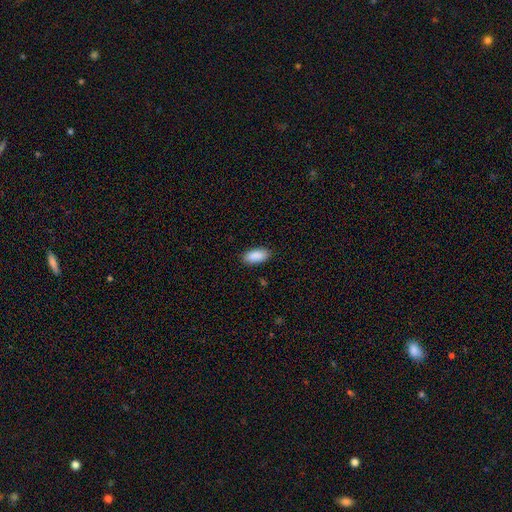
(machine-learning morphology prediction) smooth-or-featured: smooth: 90% | star or artifact: 6% | featured or disk: 3%
  how-rounded: in between: 91% | cigar-shaped: 7% | round: 2%
  merging: none: 88% | minor disturbance: 9% | major disturbance: 2% | merger: 1%